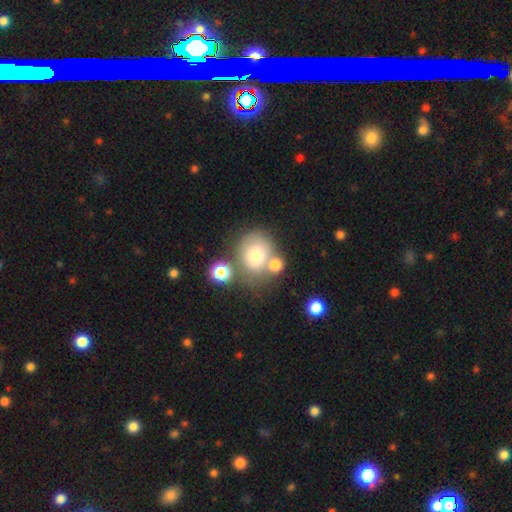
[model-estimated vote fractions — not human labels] Overall: smooth (70%). How rounded: round (71%). Merging: none (54%; merger 24%).